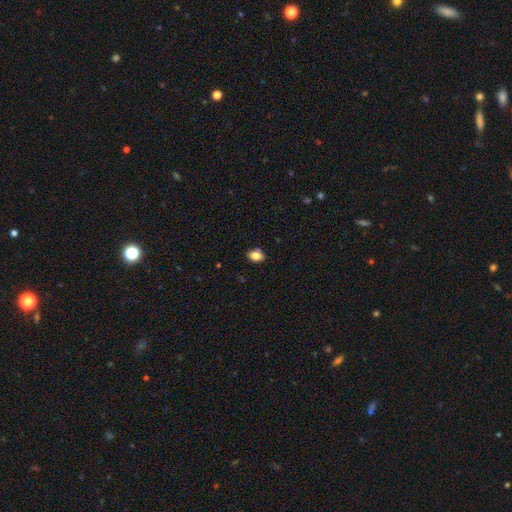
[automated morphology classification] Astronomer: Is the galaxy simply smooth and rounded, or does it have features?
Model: smooth — 83%.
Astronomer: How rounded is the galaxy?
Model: in between — 76%.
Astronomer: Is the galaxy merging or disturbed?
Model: none — 80%.